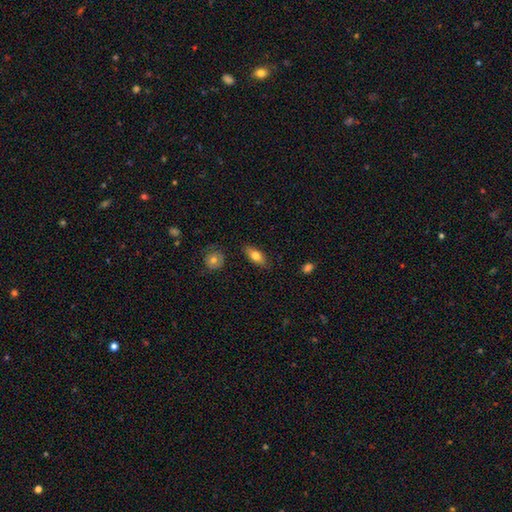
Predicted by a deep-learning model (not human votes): A smooth galaxy with no disk features (75%) that is in between round and cigar-shaped (81%).

Vote fractions:
- Smooth or featured? smooth: 75% / featured or disk: 18% / star or artifact: 7%
- How rounded? in between: 81% / cigar-shaped: 15% / round: 4%
- Merging? none: 84% / minor disturbance: 12% / major disturbance: 2% / merger: 2%